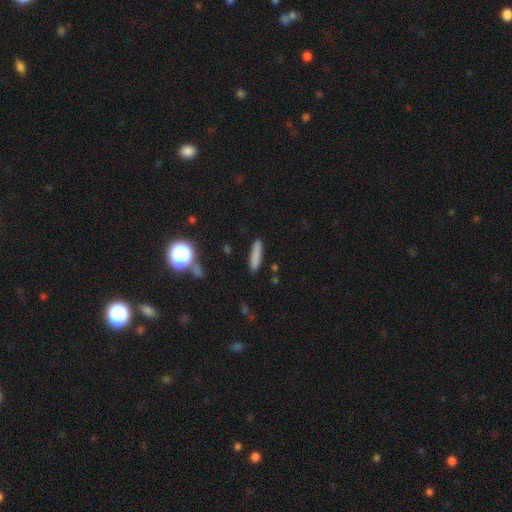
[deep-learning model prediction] This appears to be a smooth galaxy with no disk features (82%) that is cigar-shaped (84%). Merging: none (87%).